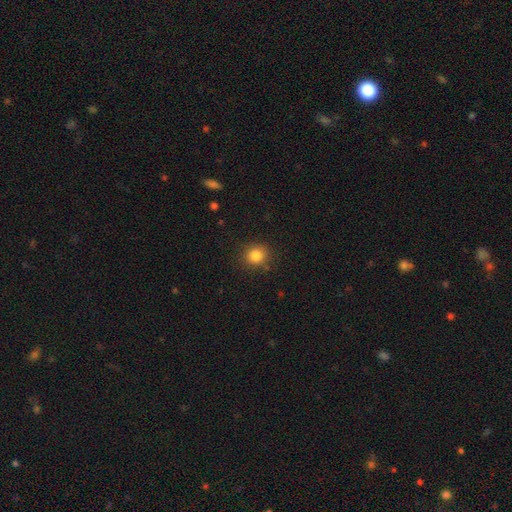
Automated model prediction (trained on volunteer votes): Smooth or featured: smooth — 84% (star or artifact — 11%)
How rounded: round — 86% (in between — 13%)
Merging: none — 87% (minor disturbance — 9%)